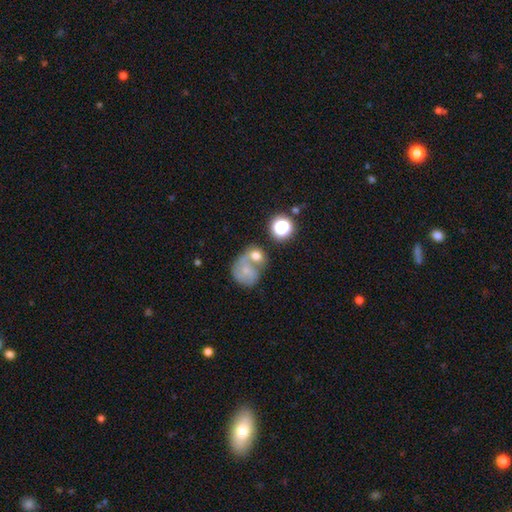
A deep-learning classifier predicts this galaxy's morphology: A smooth galaxy with no disk features (57%) that is round (67%). Merging: merger (56%).